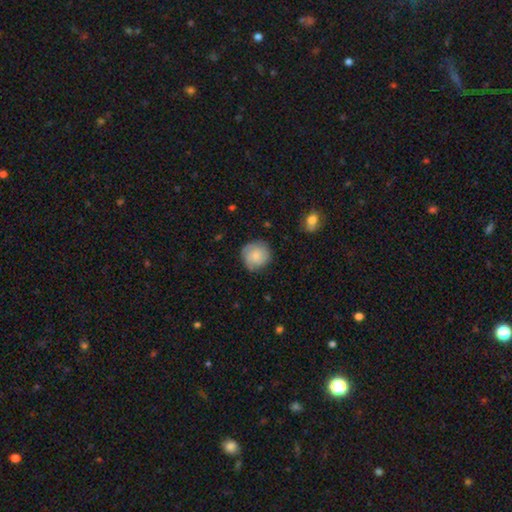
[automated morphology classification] smooth_or_featured: smooth (p=0.68) [alt: featured or disk p=0.25]
how_rounded: round (p=0.91) [alt: in between p=0.08]
merging: none (p=0.75) [alt: minor disturbance p=0.19]